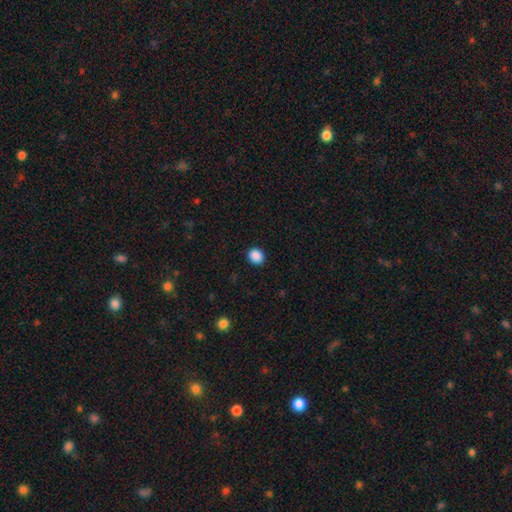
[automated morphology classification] smooth 89%, star or artifact 9%, featured or disk 2%. Down the decision tree: how rounded — round (68%); merging — none (91%).